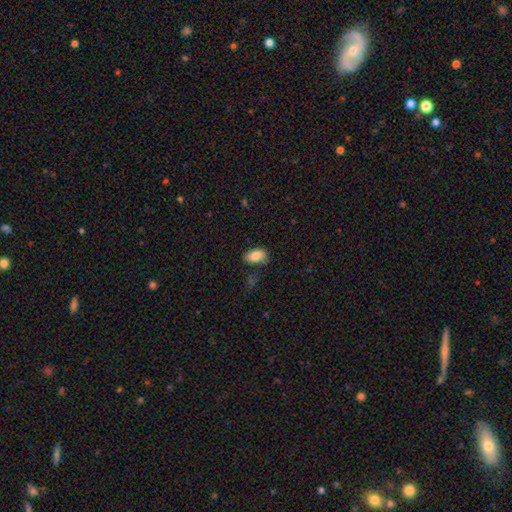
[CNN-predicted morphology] A smooth galaxy with no disk features (83%) that is in between round and cigar-shaped (92%).

Vote fractions:
- Smooth or featured? smooth: 83% / featured or disk: 9% / star or artifact: 7%
- How rounded? in between: 92% / round: 5% / cigar-shaped: 2%
- Merging? none: 68% / minor disturbance: 22% / major disturbance: 5% / merger: 4%